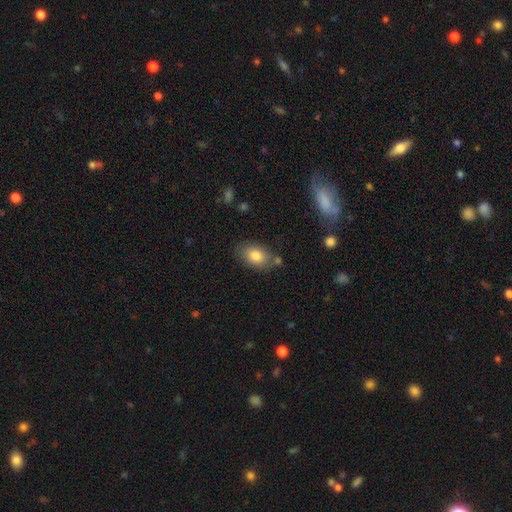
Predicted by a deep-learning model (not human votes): The model was most divided on "merging": none: 71%, minor disturbance: 17%, merger: 8%, major disturbance: 4%. More confident: how rounded — in between (87%); smooth or featured — smooth (82%).